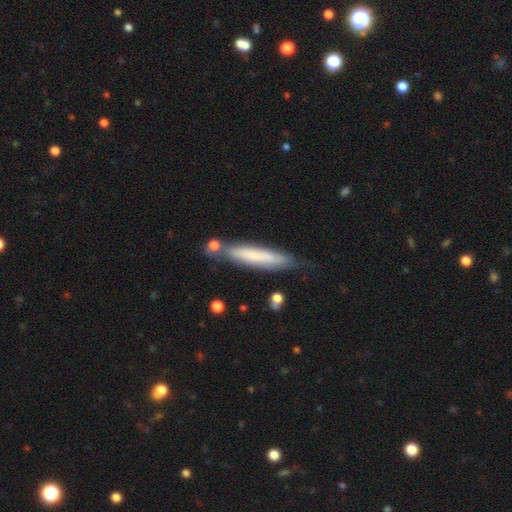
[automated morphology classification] Overall: smooth (61%; featured or disk 32%). How rounded: cigar-shaped (88%). Merging: none (69%).